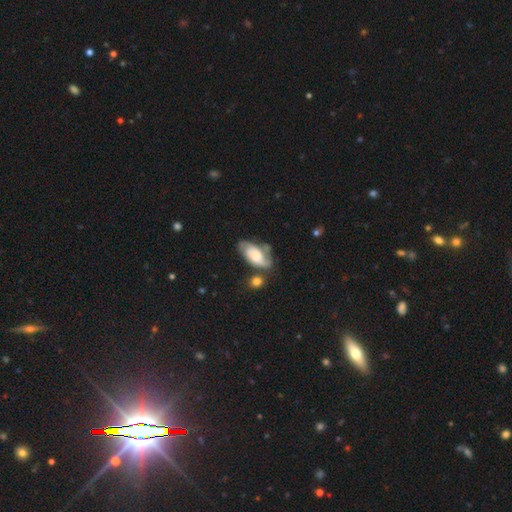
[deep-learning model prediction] A featured or disk galaxy (68%) with no bar (63%), 2 (74%) medium (45%) spiral arms (91%) and a moderate central bulge (49%). Merging: none (55%).